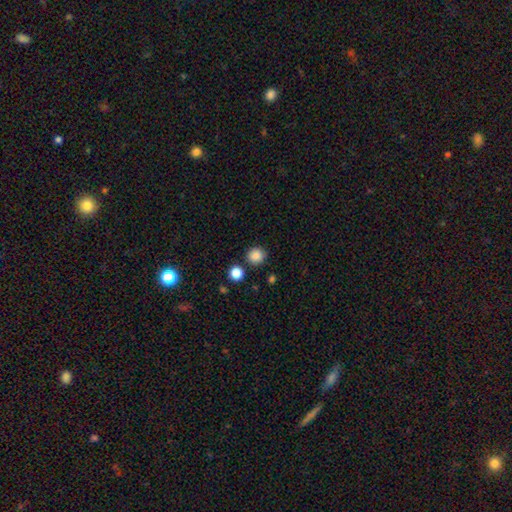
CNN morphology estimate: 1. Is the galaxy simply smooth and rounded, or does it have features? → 86% smooth, 10% star or artifact, 3% featured or disk.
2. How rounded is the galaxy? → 90% round, 9% in between, 1% cigar-shaped.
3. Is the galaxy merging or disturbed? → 87% none, 7% minor disturbance, 4% merger, 2% major disturbance.